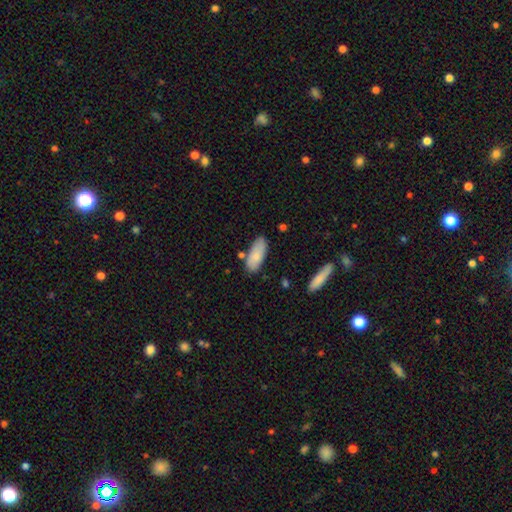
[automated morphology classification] Q: Smooth or featured?
A: smooth (83%); runner-up: featured or disk (11%)
Q: How rounded?
A: in between (83%); runner-up: cigar-shaped (15%)
Q: Merging?
A: none (73%); runner-up: minor disturbance (17%)